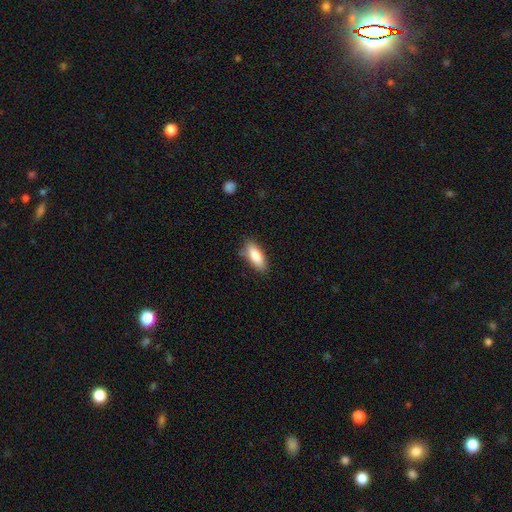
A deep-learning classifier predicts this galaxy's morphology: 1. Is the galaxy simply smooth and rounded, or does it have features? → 85% smooth, 8% featured or disk, 6% star or artifact.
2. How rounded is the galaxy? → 76% in between, 22% cigar-shaped, 2% round.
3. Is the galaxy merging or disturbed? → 79% none, 16% minor disturbance, 3% major disturbance, 2% merger.